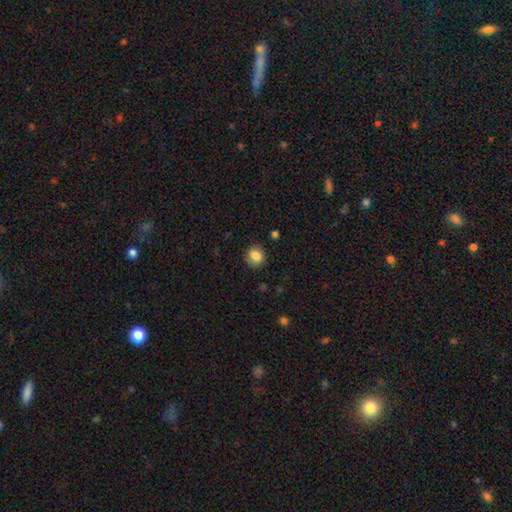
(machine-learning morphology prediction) type=smooth (85%); roundness=round (82%); merging=none (87%).